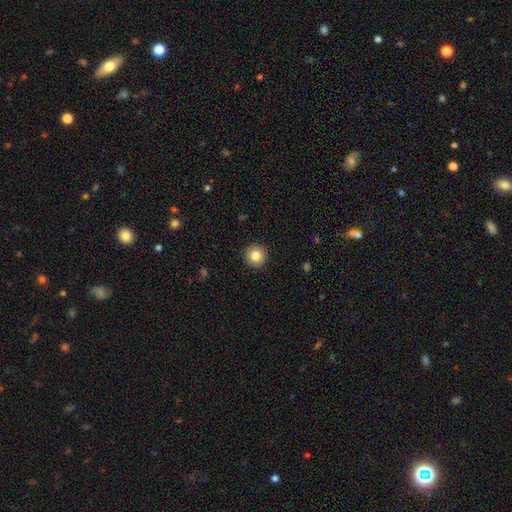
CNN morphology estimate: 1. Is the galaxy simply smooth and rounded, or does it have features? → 83% smooth, 10% star or artifact, 7% featured or disk.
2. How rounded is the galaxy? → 95% round, 4% in between, 1% cigar-shaped.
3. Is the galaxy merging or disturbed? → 93% none, 5% minor disturbance, 2% major disturbance, 1% merger.